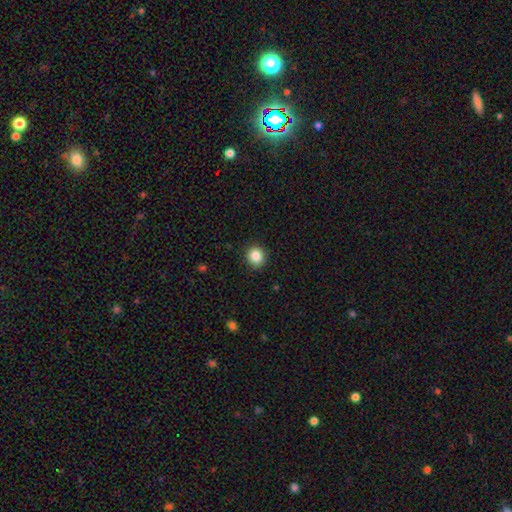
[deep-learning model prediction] A smooth galaxy with no disk features (86%) that is round (88%). Merging: none (91%).